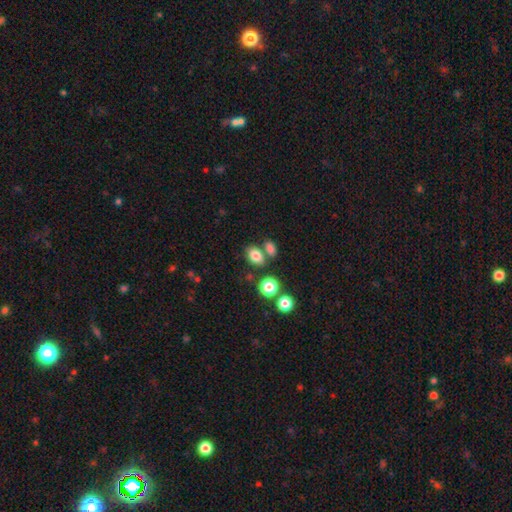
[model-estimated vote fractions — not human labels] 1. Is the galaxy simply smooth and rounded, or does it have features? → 82% smooth, 11% star or artifact, 7% featured or disk.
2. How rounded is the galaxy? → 76% in between, 22% round, 1% cigar-shaped.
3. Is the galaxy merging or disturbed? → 63% none, 21% merger, 12% minor disturbance, 4% major disturbance.